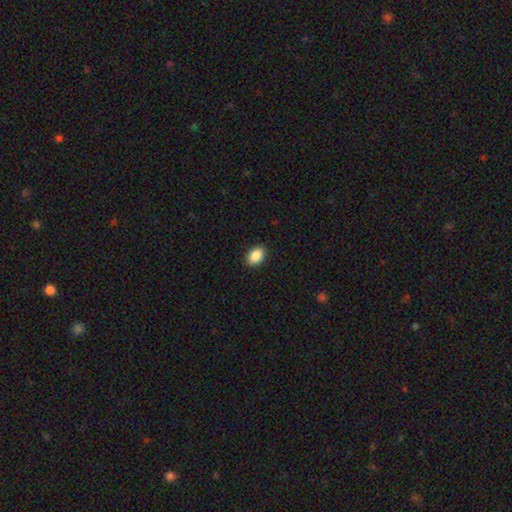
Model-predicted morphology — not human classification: smooth 89%, star or artifact 8%, featured or disk 4%. Down the decision tree: how rounded — in between (84%); merging — none (90%).